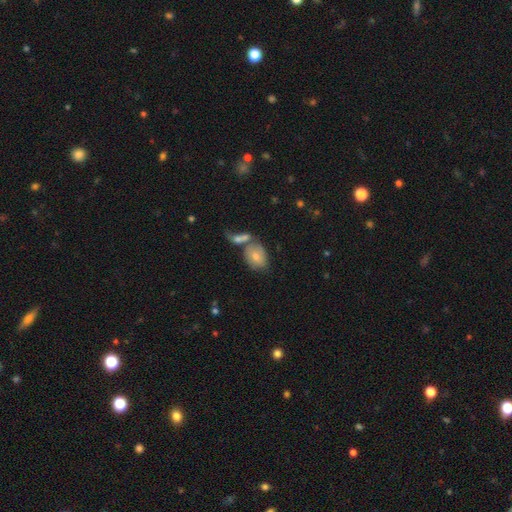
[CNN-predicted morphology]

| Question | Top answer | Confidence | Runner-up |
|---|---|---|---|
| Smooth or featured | smooth | 55% | featured or disk (30%) |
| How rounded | in between | 71% | round (27%) |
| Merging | none | 51% | merger (30%) |